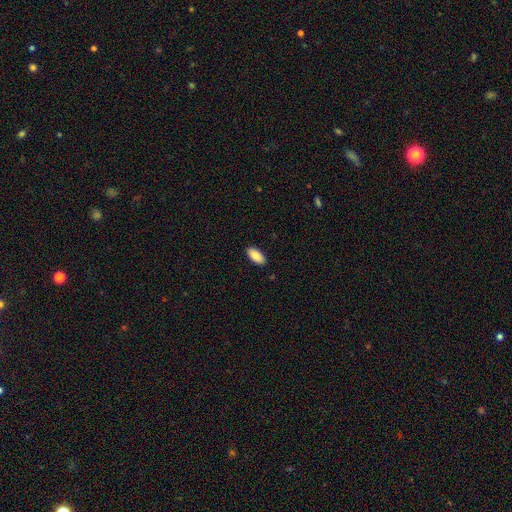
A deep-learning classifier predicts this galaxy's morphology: Smooth or featured: smooth — 89% (star or artifact — 6%)
How rounded: in between — 92% (cigar-shaped — 6%)
Merging: none — 89% (minor disturbance — 8%)